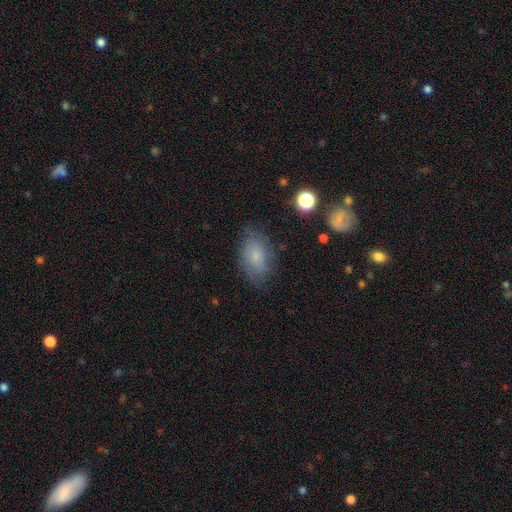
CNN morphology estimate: Smooth or featured?
  - smooth: 67% *
  - featured or disk: 24%
  - star or artifact: 10%
How rounded?
  - in between: 88% *
  - round: 10%
  - cigar-shaped: 2%
Merging?
  - none: 72% *
  - minor disturbance: 19%
  - major disturbance: 7%
  - merger: 2%